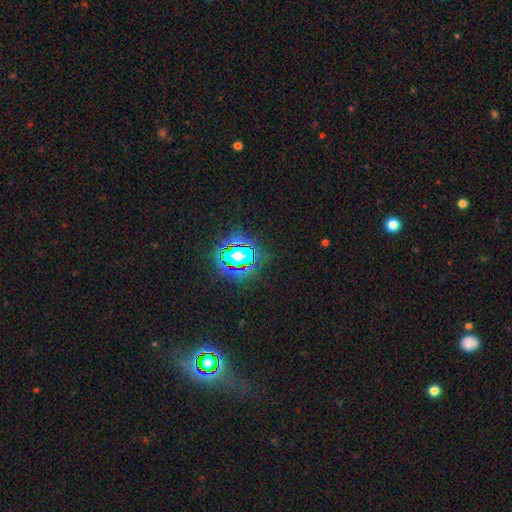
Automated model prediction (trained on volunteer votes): Q: Smooth or featured?
A: star or artifact (75%); runner-up: smooth (15%)